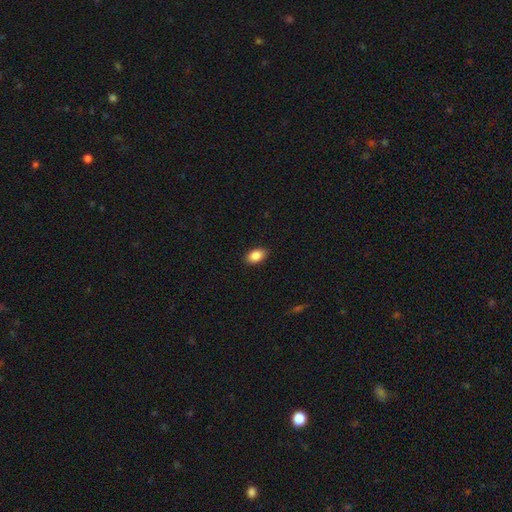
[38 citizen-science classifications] Q: Smooth or featured?
A: smooth (89%); runner-up: featured or disk (5%)
Q: How rounded?
A: in between (91%); runner-up: cigar-shaped (9%)
Q: Merging?
A: none (89%); runner-up: minor disturbance (6%)